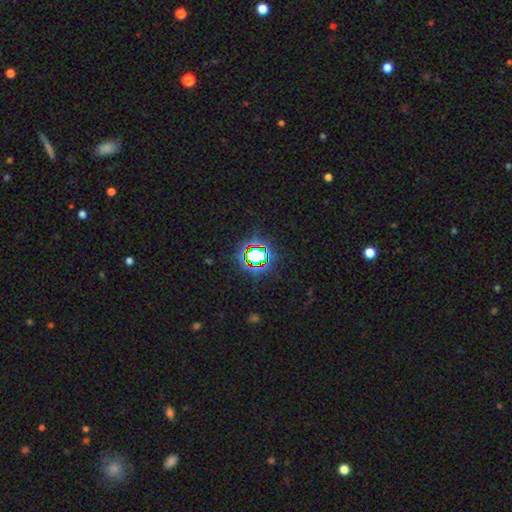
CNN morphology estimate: star or artifact 69%, smooth 20%, featured or disk 11%.